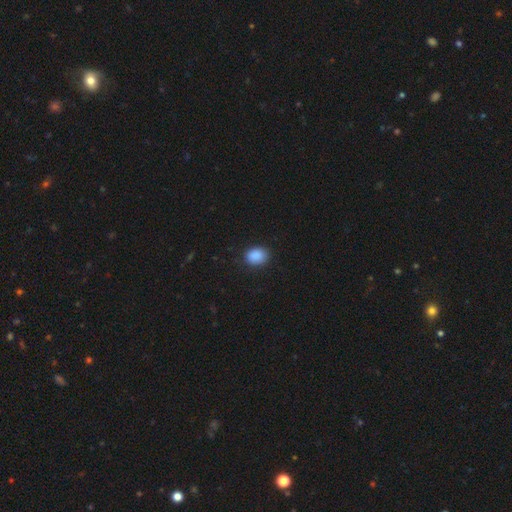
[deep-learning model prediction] This appears to be a smooth galaxy with no disk features (89%) that is in between round and cigar-shaped (59%). Merging: none (85%).